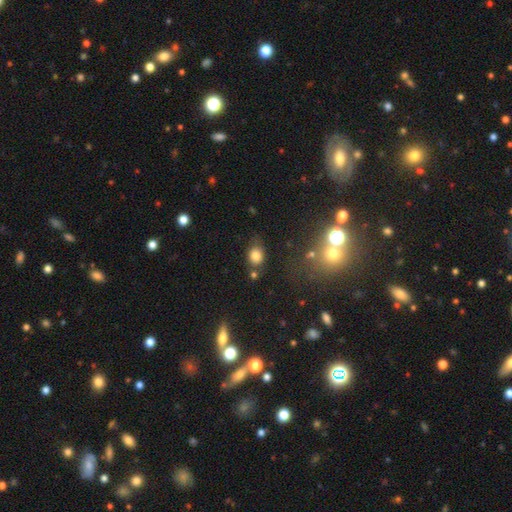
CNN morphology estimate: Smooth or featured? smooth (79%)
How rounded? round (50%)
Merging? none (67%)